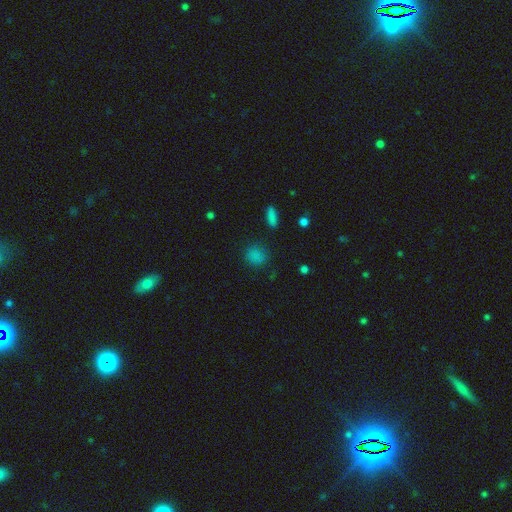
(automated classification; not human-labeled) Morphology: type=smooth (81%); roundness=round (81%); merging=none (84%).